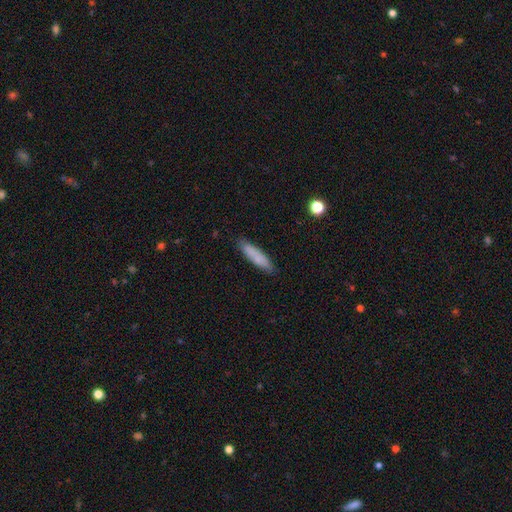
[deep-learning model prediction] This appears to be a smooth galaxy with no disk features (78%) that is cigar-shaped (77%). Merging: none (86%).